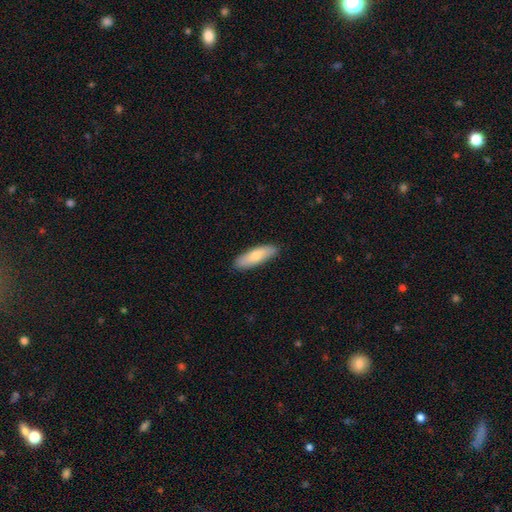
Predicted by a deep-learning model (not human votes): A smooth galaxy with no disk features (73%) that is cigar-shaped (54%). Merging: none (88%).